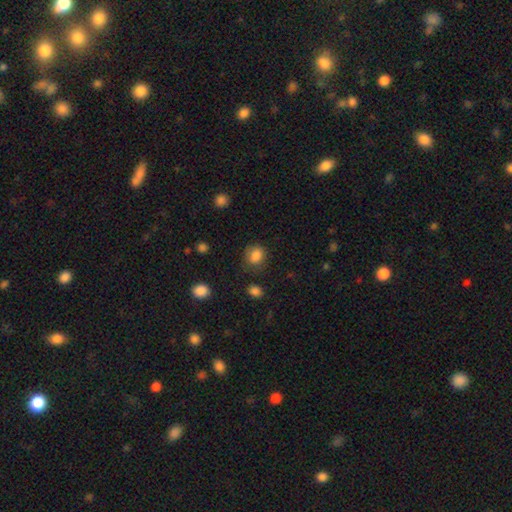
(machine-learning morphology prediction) smooth 84%, star or artifact 10%, featured or disk 5%. Down the decision tree: how rounded — round (61%); merging — none (72%).